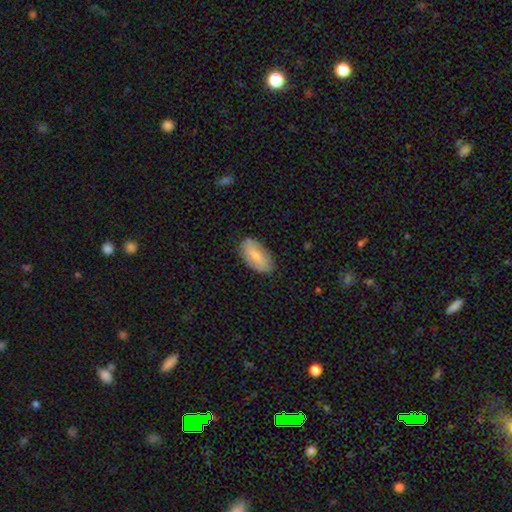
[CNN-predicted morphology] Smooth or featured? Predicted: smooth (p=0.68). How rounded? Predicted: in between (p=0.93). Merging? Predicted: none (p=0.83).